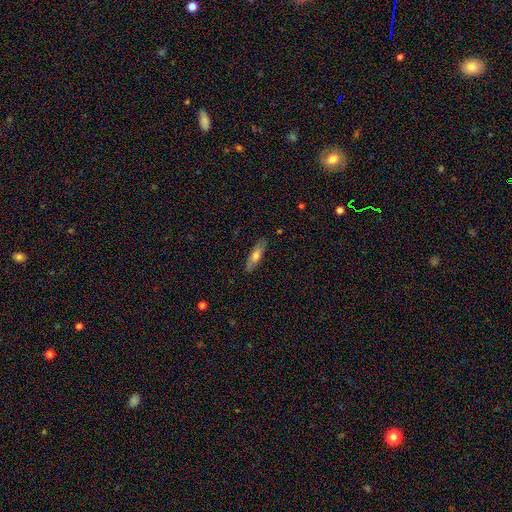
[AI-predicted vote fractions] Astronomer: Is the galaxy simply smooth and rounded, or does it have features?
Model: smooth — 64%.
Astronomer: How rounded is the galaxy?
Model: cigar-shaped — 60% (runner-up: in between, 38%).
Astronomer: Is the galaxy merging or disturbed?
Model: none — 86%.